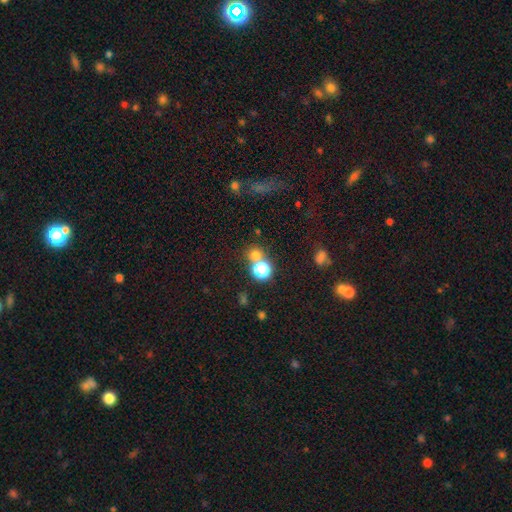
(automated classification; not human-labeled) Q: Smooth or featured?
A: smooth (71%); runner-up: star or artifact (21%)
Q: How rounded?
A: round (86%); runner-up: in between (13%)
Q: Merging?
A: none (55%); runner-up: merger (35%)